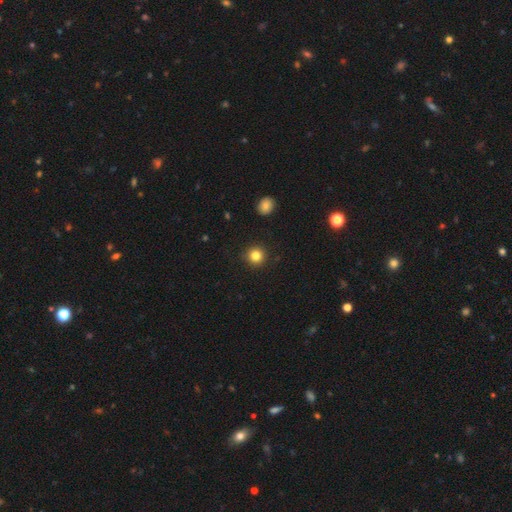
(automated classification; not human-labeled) Smooth or featured? smooth (84%)
How rounded? round (94%)
Merging? none (92%)